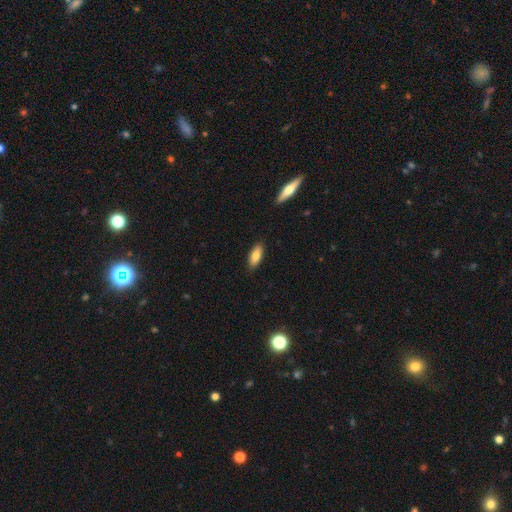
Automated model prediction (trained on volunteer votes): smooth_or_featured: smooth (p=0.81) [alt: featured or disk p=0.12]
how_rounded: in between (p=0.76) [alt: cigar-shaped p=0.22]
merging: none (p=0.88) [alt: minor disturbance p=0.09]